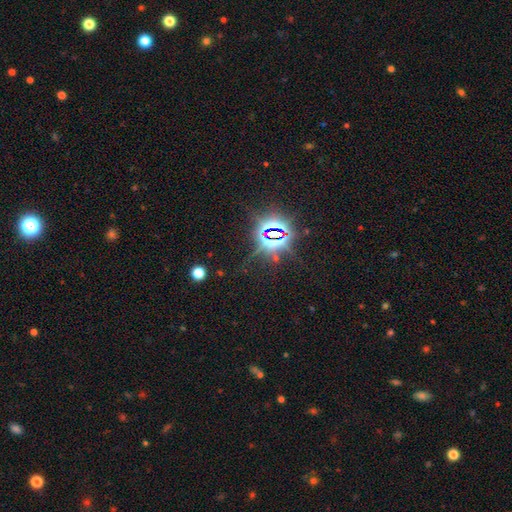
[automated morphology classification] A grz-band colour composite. It shows a star or artifact, not a galaxy (84%).